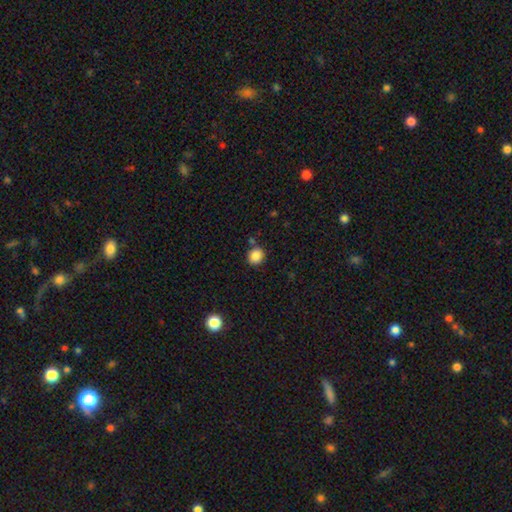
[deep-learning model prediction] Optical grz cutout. It shows a smooth galaxy with no disk features (87%) that is round (83%). Merging: none (81%).